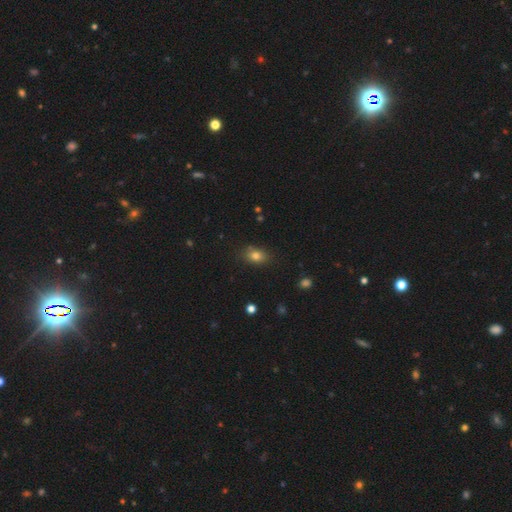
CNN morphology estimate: The model was most divided on "how rounded": in between: 72%, round: 27%, cigar-shaped: 2%. More confident: merging — none (82%); smooth or featured — smooth (79%).